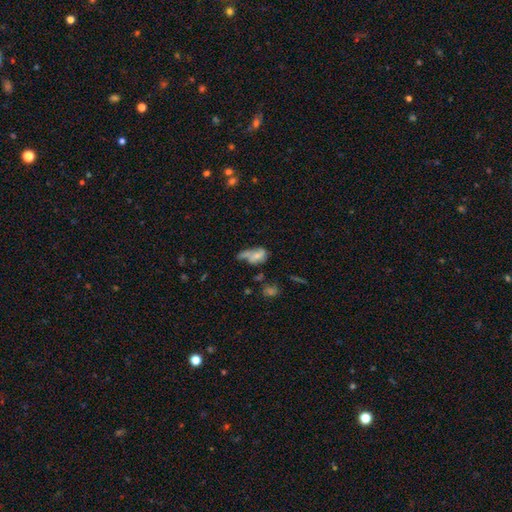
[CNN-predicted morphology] smooth_or_featured: smooth (p=0.54) [alt: featured or disk p=0.34]
how_rounded: in between (p=0.84) [alt: round p=0.08]
merging: major disturbance (p=0.33) [alt: minor disturbance p=0.24]